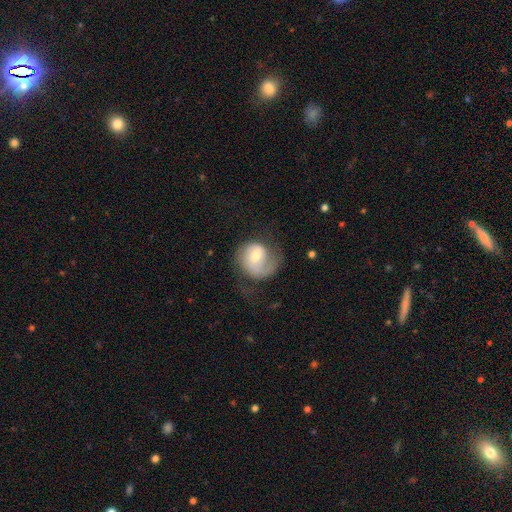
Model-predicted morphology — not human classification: A featured or disk galaxy (55%) with no bar (54%), spiral arms (82%) and a moderate central bulge (59%). Merging: none (44%).